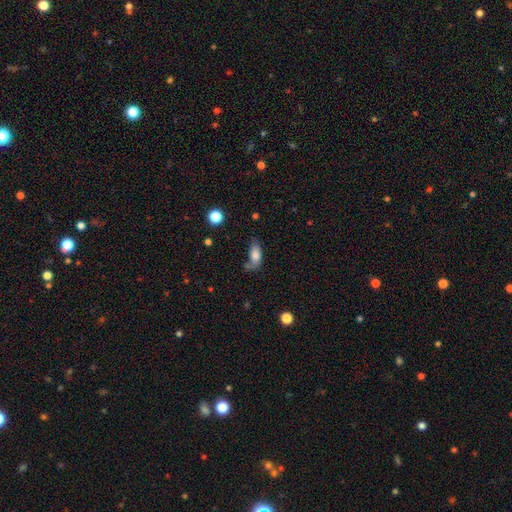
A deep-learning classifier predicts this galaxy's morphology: Overall: smooth (75%). How rounded: in between (84%). Merging: none (42%; minor disturbance 29%).